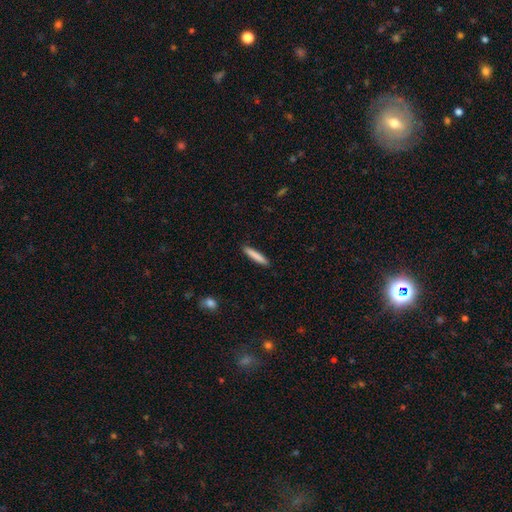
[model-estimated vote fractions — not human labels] Smooth or featured: smooth — 84% (featured or disk — 10%)
How rounded: cigar-shaped — 93% (in between — 6%)
Merging: none — 91% (minor disturbance — 6%)